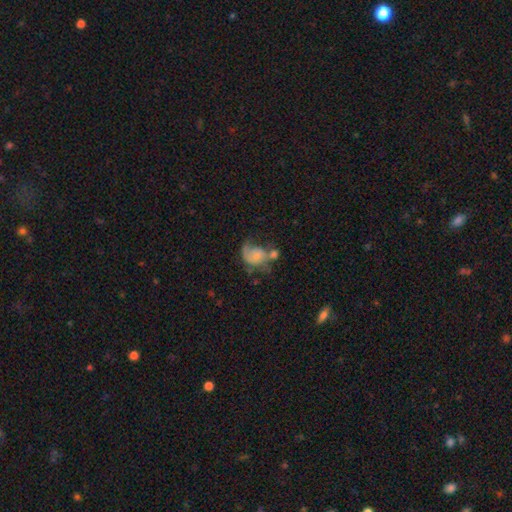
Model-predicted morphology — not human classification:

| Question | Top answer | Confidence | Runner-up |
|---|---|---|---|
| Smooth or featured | featured or disk | 55% | smooth (37%) |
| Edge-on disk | no | 98% | yes (2%) |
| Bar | no | 77% | weak (20%) |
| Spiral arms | yes | 76% | no (24%) |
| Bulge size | small | 54% | moderate (24%) |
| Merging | merger | 32% | major disturbance (27%) |